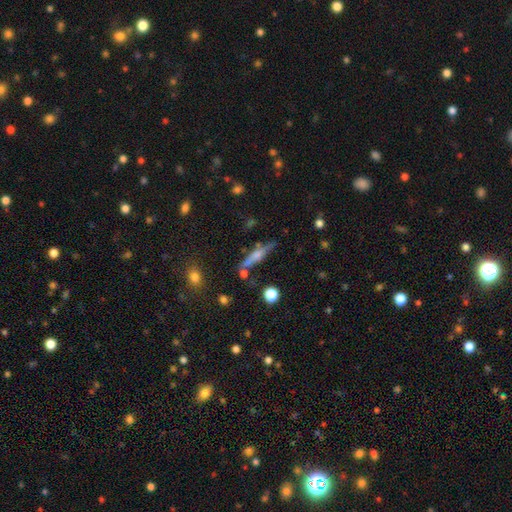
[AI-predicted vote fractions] smooth-or-featured: smooth: 48% | featured or disk: 43% | star or artifact: 9%
  merging: none: 68% | minor disturbance: 17% | merger: 10% | major disturbance: 5%